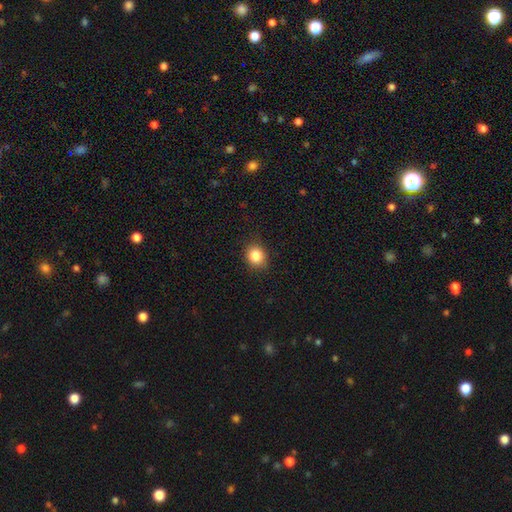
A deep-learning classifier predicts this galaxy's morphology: Smooth or featured? Predicted: smooth (p=0.85). How rounded? Predicted: round (p=0.74). Merging? Predicted: none (p=0.86).